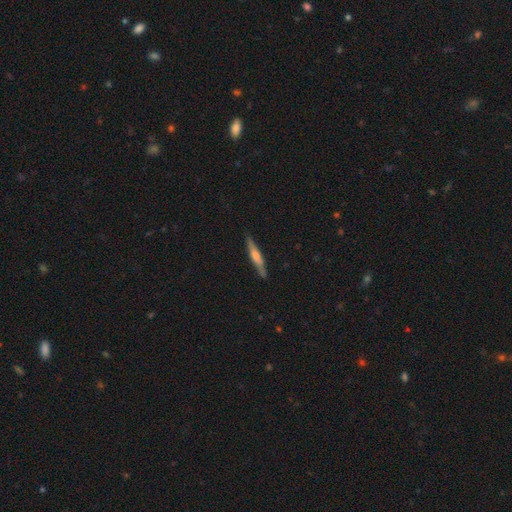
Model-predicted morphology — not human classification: Smooth or featured: featured or disk — 60% (smooth — 34%)
Edge-on disk: yes — 96% (no — 4%)
Edge-on bulge: rounded — 69% (none — 16%)
Merging: none — 88% (minor disturbance — 9%)